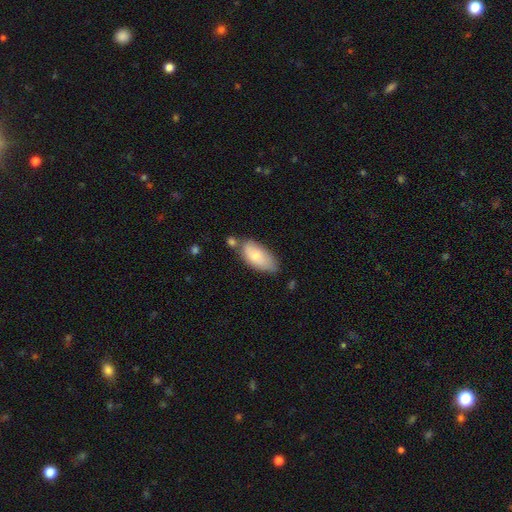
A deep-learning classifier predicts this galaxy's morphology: A smooth galaxy with no disk features (75%) that is in between round and cigar-shaped (92%).

Vote fractions:
- Smooth or featured? smooth: 75% / featured or disk: 19% / star or artifact: 6%
- How rounded? in between: 92% / cigar-shaped: 5% / round: 2%
- Merging? none: 55% / minor disturbance: 26% / merger: 12% / major disturbance: 6%